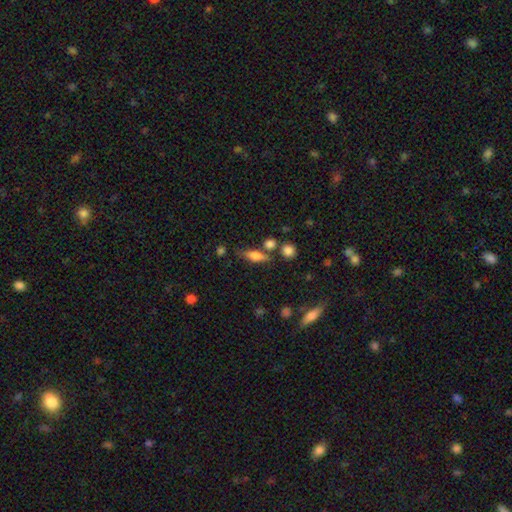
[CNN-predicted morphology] Smooth or featured? Predicted: smooth (p=0.57). How rounded? Predicted: in between (p=0.48). Merging? Predicted: none (p=0.70).